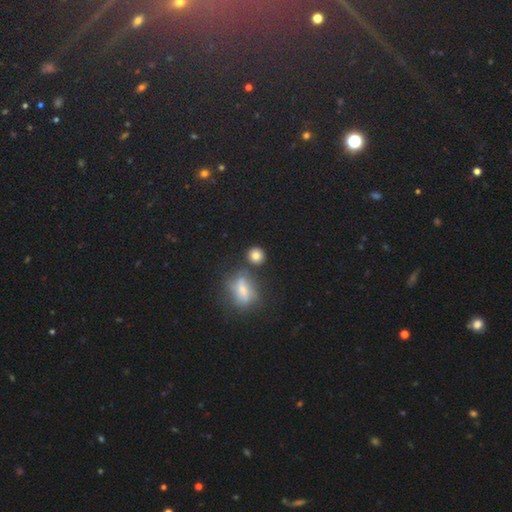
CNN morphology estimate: Smooth or featured: smooth — 82% (star or artifact — 11%)
How rounded: round — 86% (in between — 12%)
Merging: none — 77% (minor disturbance — 10%)